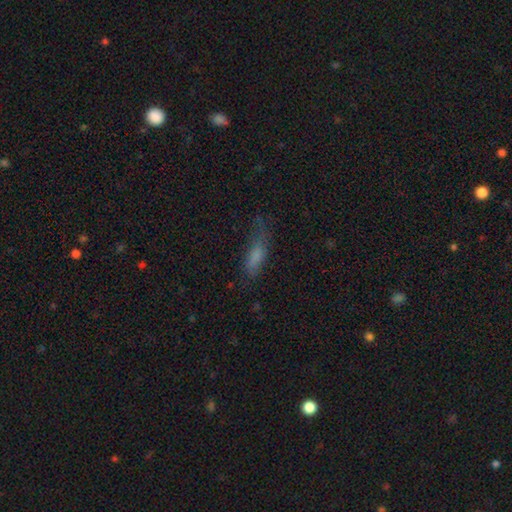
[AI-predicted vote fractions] smooth 69%, featured or disk 19%, star or artifact 12%. Down the decision tree: how rounded — cigar-shaped (52%); merging — none (48%).